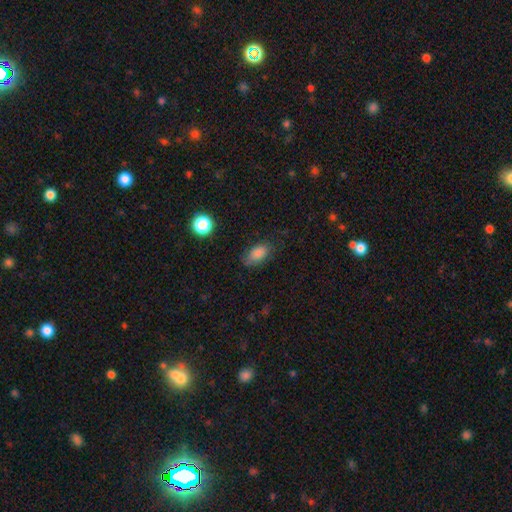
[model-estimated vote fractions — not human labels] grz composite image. It shows a smooth galaxy with no disk features (80%) that is in between round and cigar-shaped (88%). Merging: none (77%).